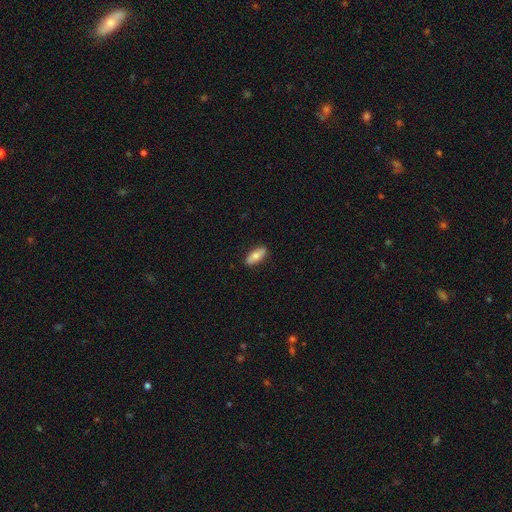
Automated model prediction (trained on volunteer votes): Smooth or featured? Predicted: smooth (p=0.72). How rounded? Predicted: in between (p=0.74). Merging? Predicted: none (p=0.87).